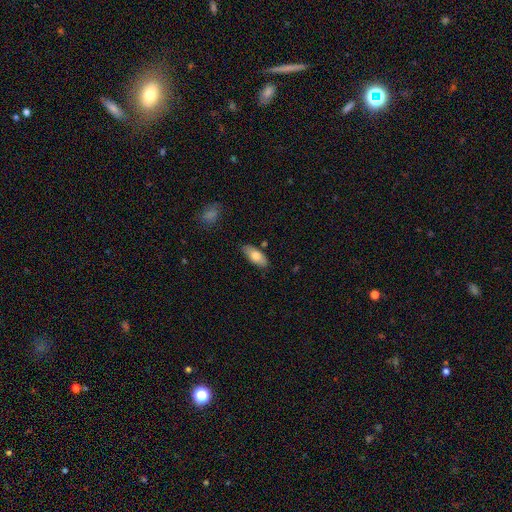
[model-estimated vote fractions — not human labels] Morphology: type=smooth (76%); roundness=in between (87%); merging=none (81%).